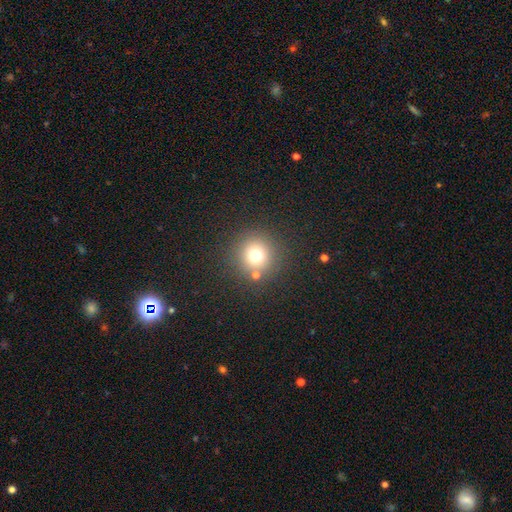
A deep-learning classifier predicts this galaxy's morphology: smooth 72%, star or artifact 18%, featured or disk 10%. Down the decision tree: how rounded — round (94%); merging — none (82%).